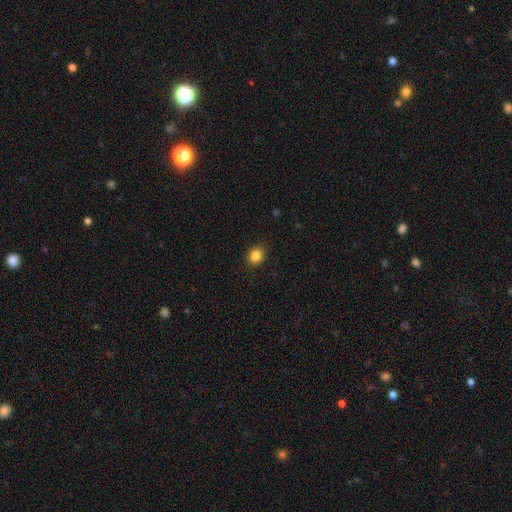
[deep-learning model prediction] smooth 85%, star or artifact 11%, featured or disk 5%. Down the decision tree: how rounded — round (64%); merging — none (90%).